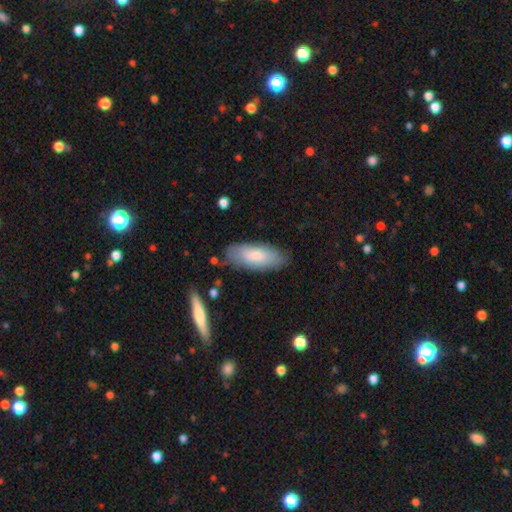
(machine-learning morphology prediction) This appears to be a smooth galaxy with no disk features (77%) that is in between round and cigar-shaped (75%). Merging: none (77%).